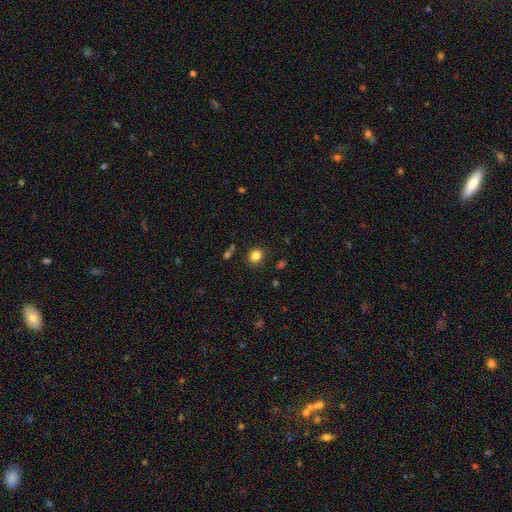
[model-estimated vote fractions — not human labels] This appears to be a smooth galaxy with no disk features (83%) that is round (79%). Merging: none (87%).